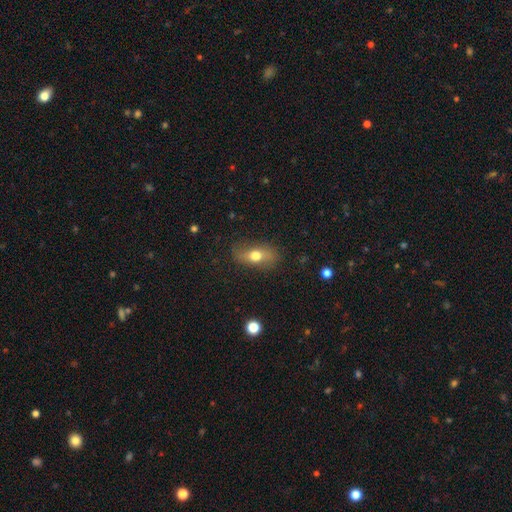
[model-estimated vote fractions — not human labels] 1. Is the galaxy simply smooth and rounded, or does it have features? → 62% smooth, 29% featured or disk, 9% star or artifact.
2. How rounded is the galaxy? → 77% in between, 12% cigar-shaped, 12% round.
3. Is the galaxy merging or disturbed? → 77% none, 16% minor disturbance, 5% major disturbance, 1% merger.